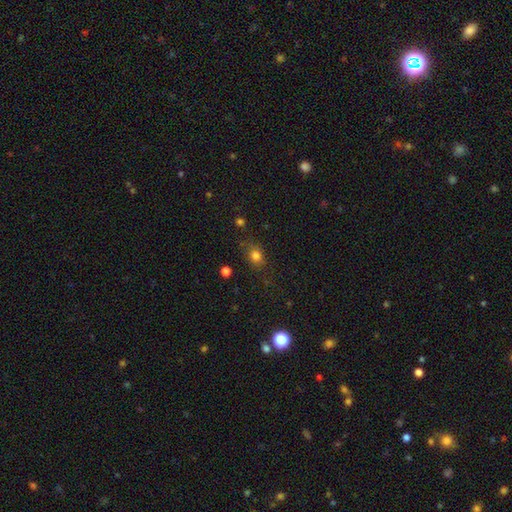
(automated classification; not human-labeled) Smooth or featured?
  - smooth: 78% *
  - star or artifact: 15%
  - featured or disk: 7%
How rounded?
  - round: 52% *
  - in between: 47%
  - cigar-shaped: 2%
Merging?
  - none: 77% *
  - minor disturbance: 16%
  - major disturbance: 5%
  - merger: 3%